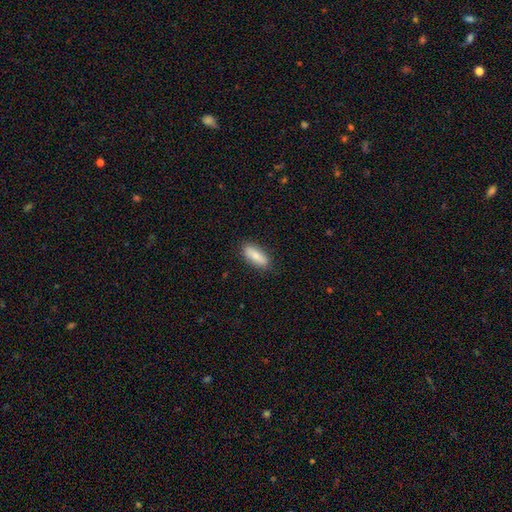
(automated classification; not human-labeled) This is clearly a smooth galaxy (82%). How rounded: likely in between (65%). Merging: clearly none (86%).